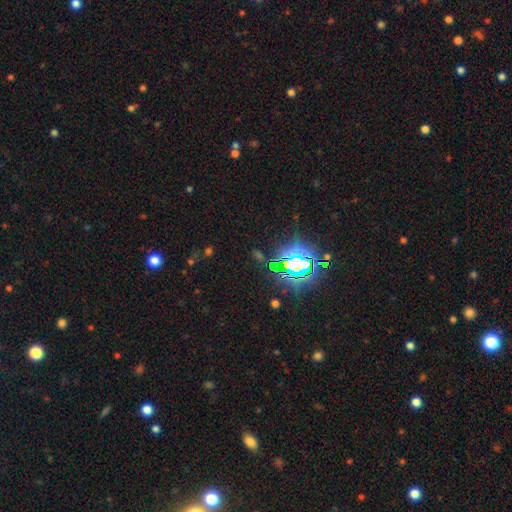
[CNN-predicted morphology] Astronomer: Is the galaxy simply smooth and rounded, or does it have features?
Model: star or artifact — 84%.